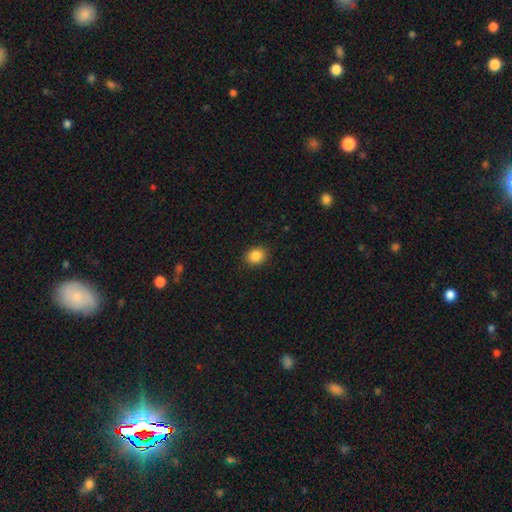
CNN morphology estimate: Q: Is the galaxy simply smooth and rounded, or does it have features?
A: smooth — 87%.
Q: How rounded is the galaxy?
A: round — 53%.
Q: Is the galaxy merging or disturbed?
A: none — 89%.